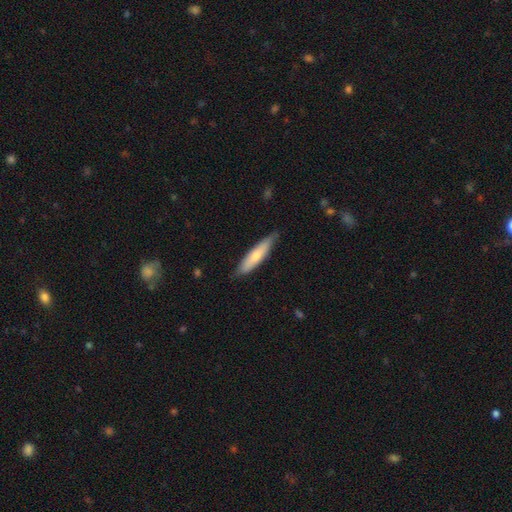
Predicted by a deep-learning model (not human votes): Morphology: type=smooth (69%); roundness=cigar-shaped (77%); merging=none (79%).